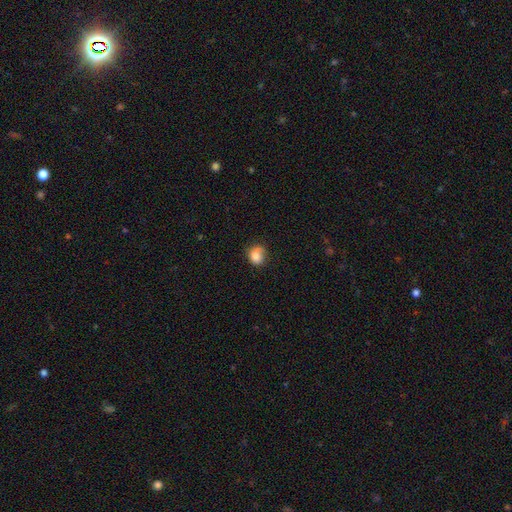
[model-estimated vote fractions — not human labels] A smooth galaxy with no disk features (81%) that is round (70%).

Vote fractions:
- Smooth or featured? smooth: 81% / featured or disk: 10% / star or artifact: 9%
- How rounded? round: 70% / in between: 29% / cigar-shaped: 1%
- Merging? none: 55% / minor disturbance: 31% / major disturbance: 11% / merger: 2%